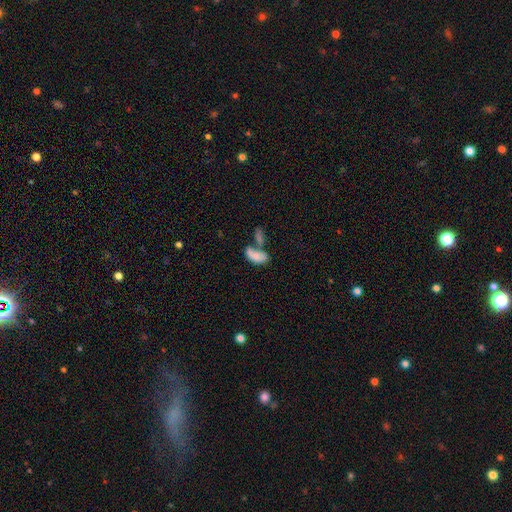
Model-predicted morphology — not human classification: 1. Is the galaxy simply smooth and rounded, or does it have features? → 72% smooth, 19% featured or disk, 8% star or artifact.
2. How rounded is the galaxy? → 90% in between, 6% cigar-shaped, 4% round.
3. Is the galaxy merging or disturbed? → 59% merger, 21% none, 11% minor disturbance, 10% major disturbance.